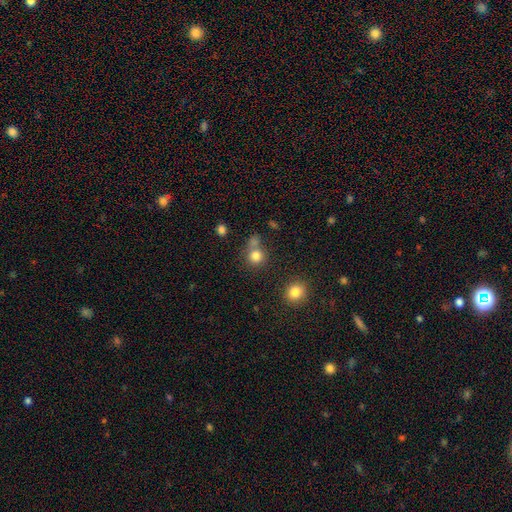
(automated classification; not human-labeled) Morphology: type=smooth (81%); roundness=round (89%); merging=none (61%).